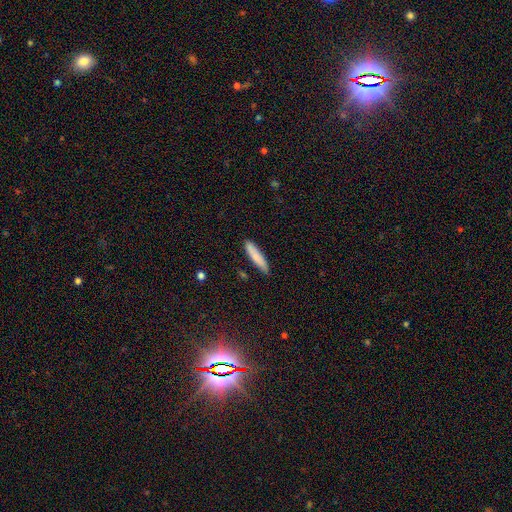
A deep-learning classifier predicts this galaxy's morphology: type=smooth (82%); roundness=cigar-shaped (84%); merging=none (85%).